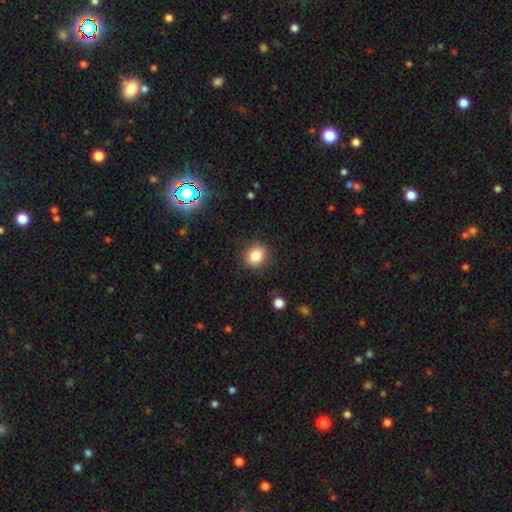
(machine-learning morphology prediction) Smooth or featured: smooth — 83% (star or artifact — 10%)
How rounded: round — 72% (in between — 27%)
Merging: none — 87% (minor disturbance — 9%)